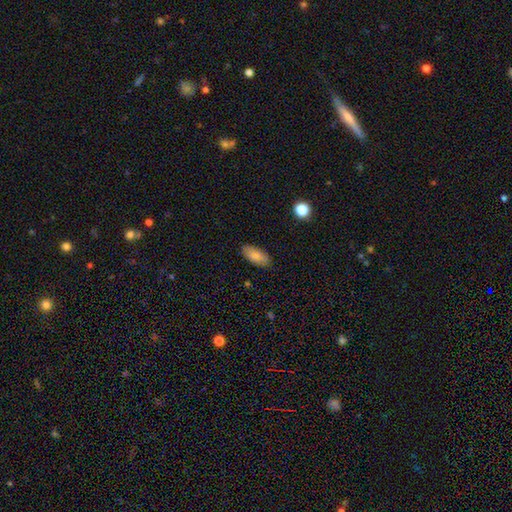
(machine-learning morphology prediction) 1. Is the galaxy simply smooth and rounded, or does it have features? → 79% smooth, 14% featured or disk, 7% star or artifact.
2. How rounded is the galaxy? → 90% in between, 7% cigar-shaped, 3% round.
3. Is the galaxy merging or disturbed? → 85% none, 12% minor disturbance, 2% major disturbance, 1% merger.